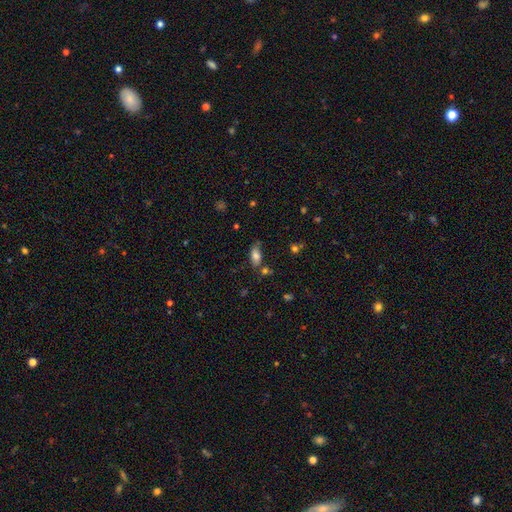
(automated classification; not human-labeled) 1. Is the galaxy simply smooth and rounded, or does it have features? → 78% smooth, 13% featured or disk, 10% star or artifact.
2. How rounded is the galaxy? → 85% in between, 11% cigar-shaped, 4% round.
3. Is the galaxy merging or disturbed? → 64% none, 21% minor disturbance, 9% merger, 6% major disturbance.